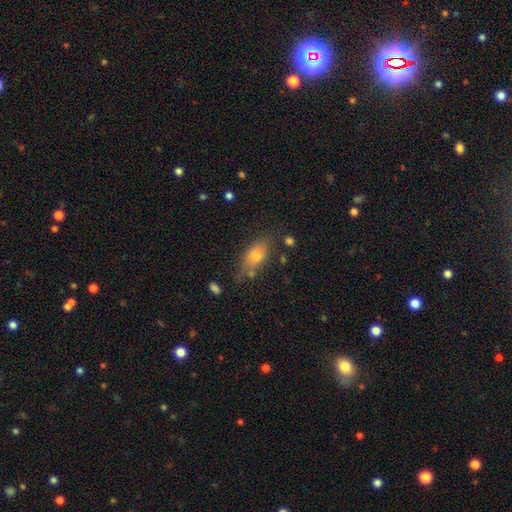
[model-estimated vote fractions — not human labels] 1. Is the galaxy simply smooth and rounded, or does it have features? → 72% smooth, 18% featured or disk, 10% star or artifact.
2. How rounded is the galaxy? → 80% in between, 12% cigar-shaped, 8% round.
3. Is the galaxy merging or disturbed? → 68% none, 20% minor disturbance, 6% merger, 6% major disturbance.